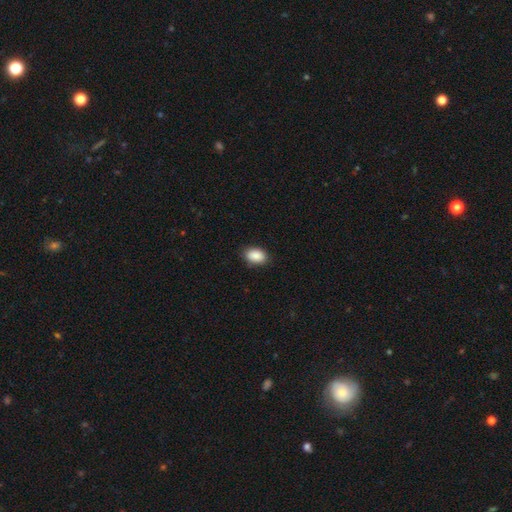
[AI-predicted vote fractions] This appears to be a smooth galaxy with no disk features (89%) that is in between round and cigar-shaped (88%). Merging: none (86%).